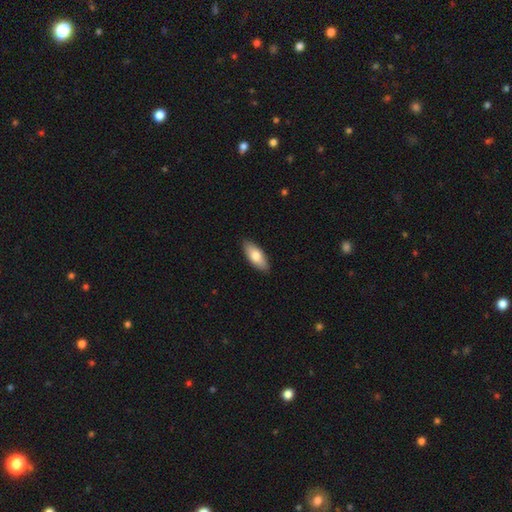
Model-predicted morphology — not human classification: The model was most divided on "smooth or featured": smooth: 77%, featured or disk: 18%, star or artifact: 6%. More confident: merging — none (88%); how rounded — in between (81%).